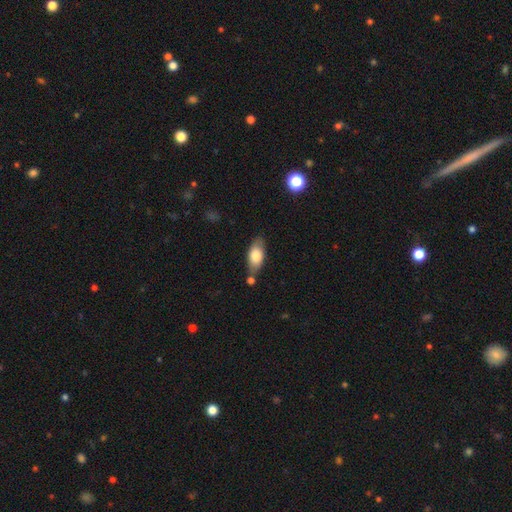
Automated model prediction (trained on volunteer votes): Morphology: type=smooth (75%); roundness=in between (85%); merging=none (72%).